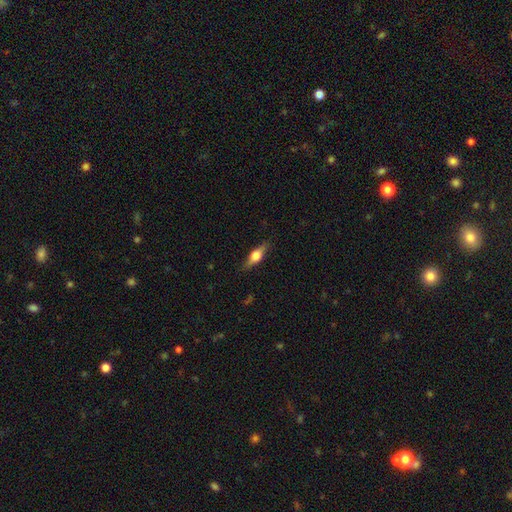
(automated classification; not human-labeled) Smooth or featured: featured or disk — 52% (smooth — 42%)
Edge-on disk: yes — 93% (no — 7%)
Merging: none — 85% (minor disturbance — 12%)